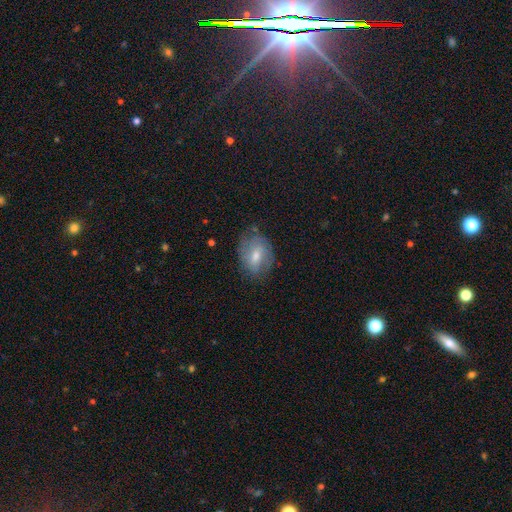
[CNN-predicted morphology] smooth 50%, featured or disk 42%, star or artifact 8%. Down the decision tree: how rounded — in between (75%); merging — none (66%).